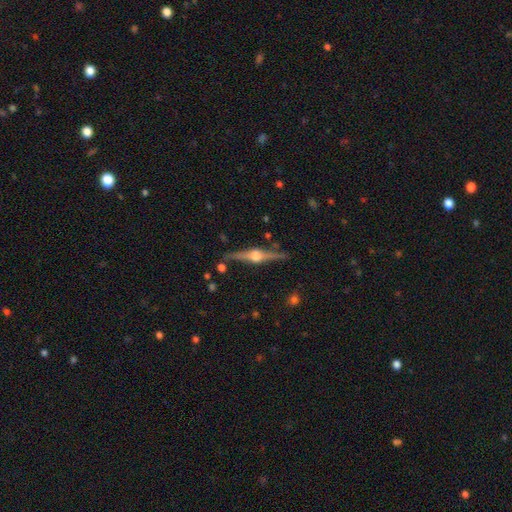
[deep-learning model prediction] Smooth or featured? Predicted: featured or disk (p=0.85). Edge-on disk? Predicted: yes (p=0.98). Edge-on bulge? Predicted: rounded (p=0.95). Merging? Predicted: none (p=0.86).